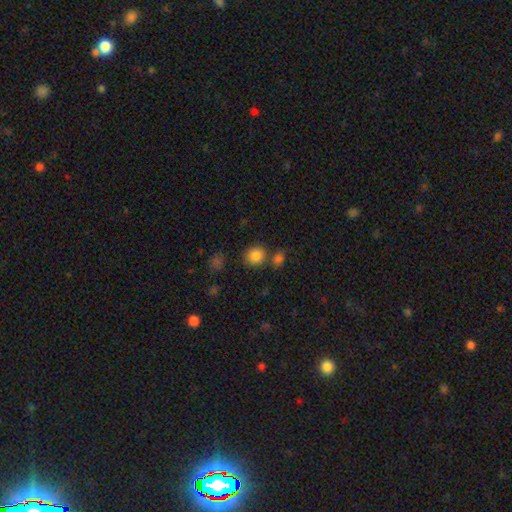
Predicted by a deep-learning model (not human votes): smooth-or-featured: smooth: 84% | star or artifact: 11% | featured or disk: 5%
  how-rounded: round: 82% | in between: 17% | cigar-shaped: 1%
  merging: none: 71% | merger: 16% | minor disturbance: 10% | major disturbance: 4%